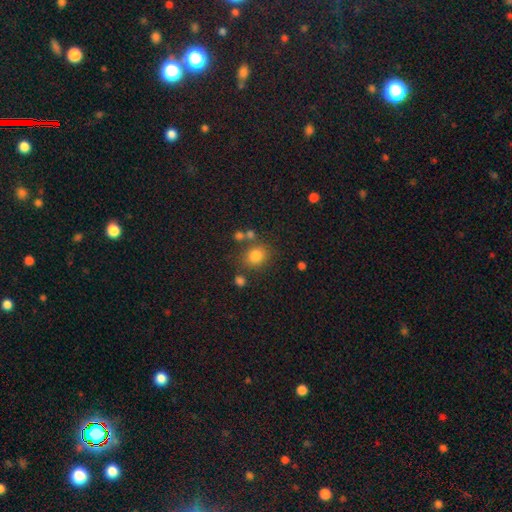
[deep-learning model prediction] Q: Smooth or featured?
A: smooth (80%); runner-up: star or artifact (13%)
Q: How rounded?
A: round (69%); runner-up: in between (30%)
Q: Merging?
A: none (71%); runner-up: minor disturbance (13%)